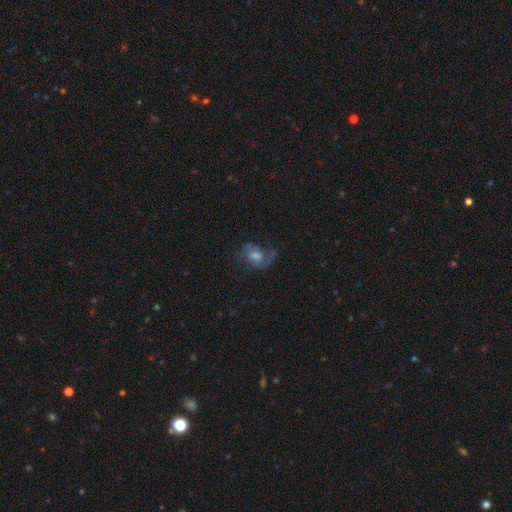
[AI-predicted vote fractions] A featured or disk galaxy (69%) with no bar (61%), 2 (62%) medium (46%) spiral arms (90%) and a moderate central bulge (53%).

Vote fractions:
- Smooth or featured? featured or disk: 69% / smooth: 19% / star or artifact: 11%
- Edge-on disk? no: 97% / yes: 3%
- Bar? no: 61% / weak: 33% / strong: 6%
- Spiral arms? yes: 90% / no: 10%
- Spiral winding? medium: 46% / loose: 33% / tight: 21%
- Spiral arm count? 2: 62% / 1: 19% / can't tell: 12% / 3: 4% / 4: 2% / more than 4: 2%
- Bulge size? moderate: 53% / small: 20% / large: 20% / none: 5% / dominant: 2%
- Merging? none: 57% / major disturbance: 22% / minor disturbance: 19% / merger: 2%